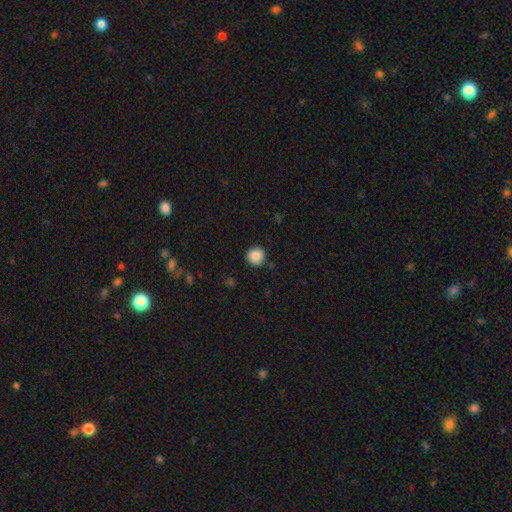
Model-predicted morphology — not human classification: Smooth or featured: smooth — 87% (star or artifact — 9%)
How rounded: round — 93% (in between — 6%)
Merging: none — 85% (minor disturbance — 11%)